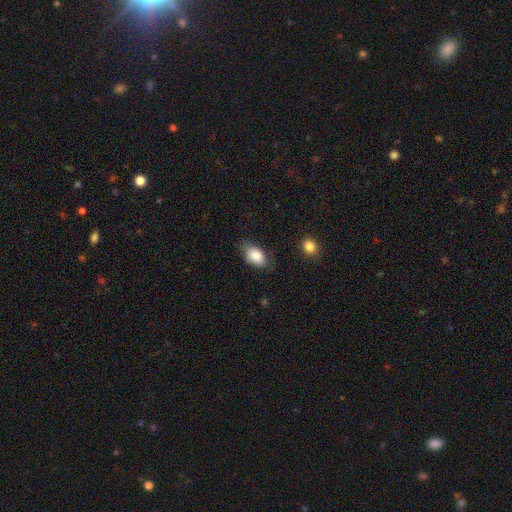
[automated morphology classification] smooth-or-featured: smooth: 86% | featured or disk: 8% | star or artifact: 7%
  how-rounded: in between: 91% | round: 6% | cigar-shaped: 2%
  merging: none: 74% | minor disturbance: 20% | major disturbance: 5% | merger: 2%